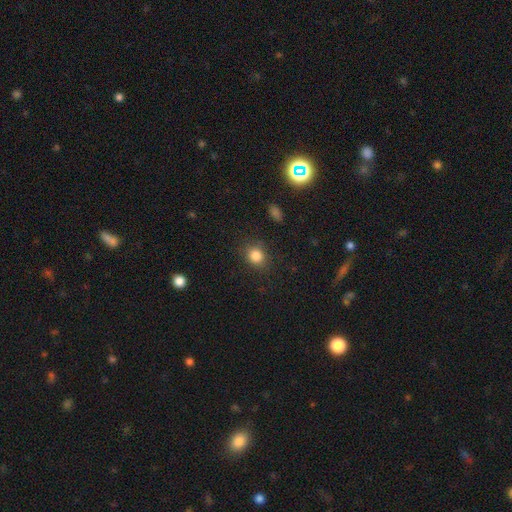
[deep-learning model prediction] Smooth or featured? smooth (84%)
How rounded? round (69%)
Merging? none (85%)